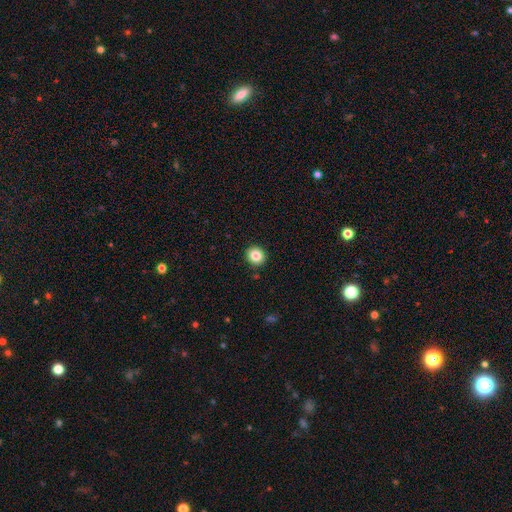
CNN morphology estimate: Q: Smooth or featured?
A: smooth (85%); runner-up: star or artifact (10%)
Q: How rounded?
A: round (85%); runner-up: in between (15%)
Q: Merging?
A: none (91%); runner-up: minor disturbance (6%)